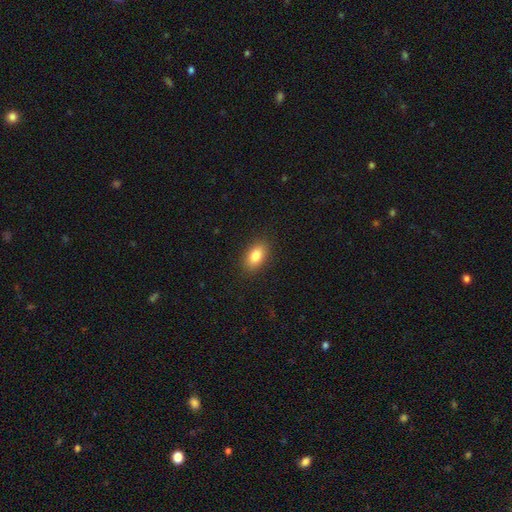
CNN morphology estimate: smooth_or_featured: smooth (p=0.85) [alt: star or artifact p=0.08]
how_rounded: in between (p=0.90) [alt: round p=0.07]
merging: none (p=0.89) [alt: minor disturbance p=0.08]